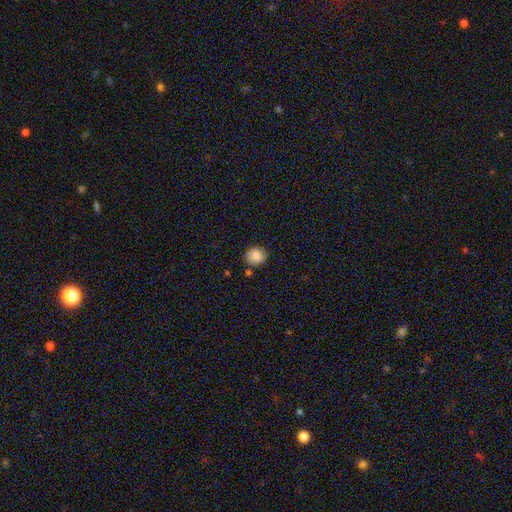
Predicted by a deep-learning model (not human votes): The model was most divided on "how rounded": round: 79%, in between: 20%, cigar-shaped: 1%. More confident: smooth or featured — smooth (87%); merging — none (80%).